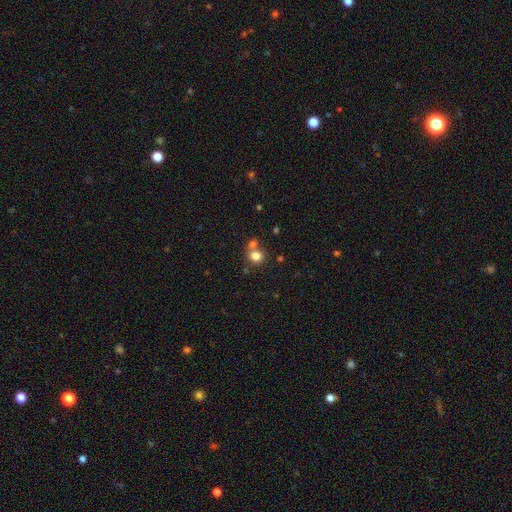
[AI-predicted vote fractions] Smooth or featured?
  - smooth: 80% *
  - star or artifact: 12%
  - featured or disk: 8%
How rounded?
  - round: 79% *
  - in between: 20%
  - cigar-shaped: 1%
Merging?
  - none: 55% *
  - merger: 34%
  - minor disturbance: 8%
  - major disturbance: 3%